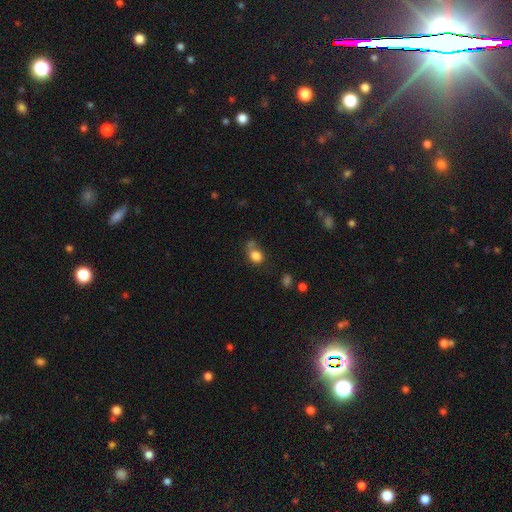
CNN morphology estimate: smooth-or-featured: smooth: 80% | star or artifact: 10% | featured or disk: 10%
  how-rounded: in between: 50% | round: 49% | cigar-shaped: 1%
  merging: none: 41% | minor disturbance: 26% | major disturbance: 19% | merger: 14%